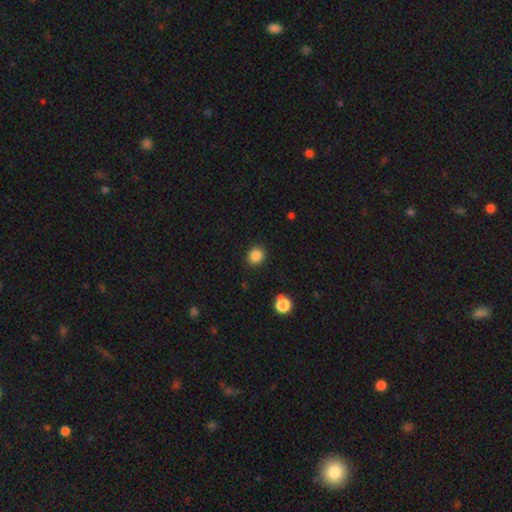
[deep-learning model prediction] Morphology: type=smooth (86%); roundness=round (73%); merging=none (89%).